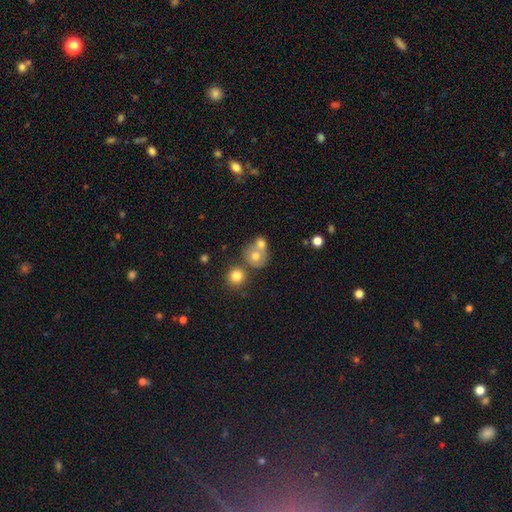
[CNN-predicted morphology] smooth 66%, featured or disk 23%, star or artifact 11%. Down the decision tree: how rounded — round (77%); merging — merger (52%).